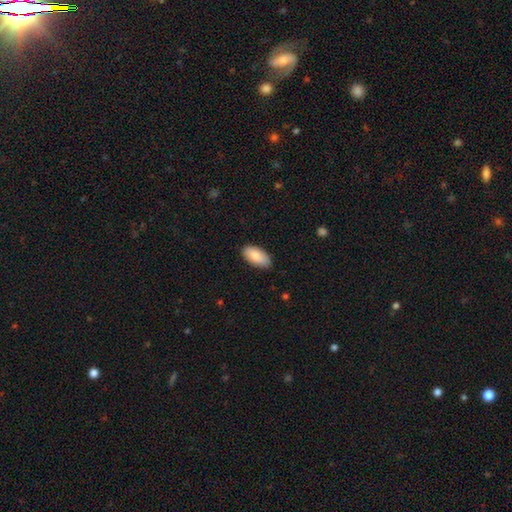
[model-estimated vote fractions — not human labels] Overall: smooth (86%). How rounded: in between (93%). Merging: none (86%).